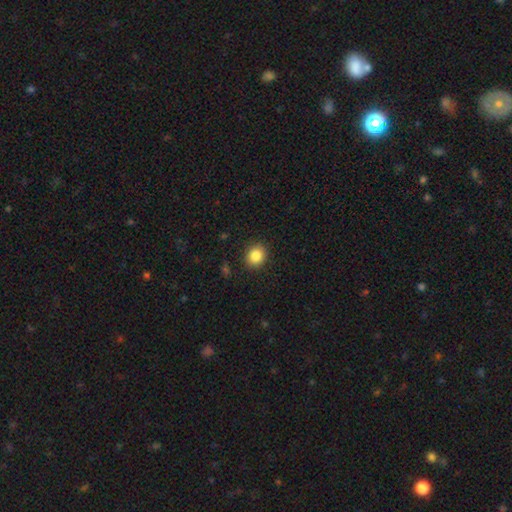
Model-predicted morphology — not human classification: smooth_or_featured: smooth (p=0.85) [alt: star or artifact p=0.10]
how_rounded: round (p=0.72) [alt: in between p=0.27]
merging: none (p=0.90) [alt: minor disturbance p=0.07]